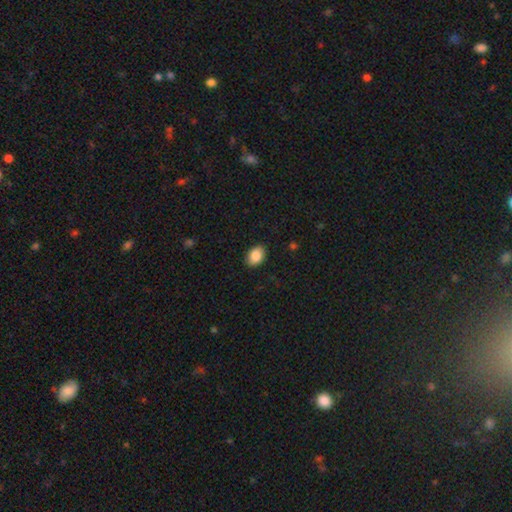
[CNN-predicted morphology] Overall: smooth (87%). How rounded: in between (83%). Merging: none (89%).